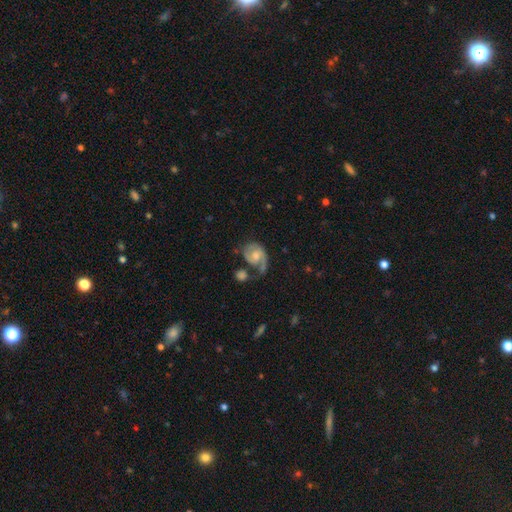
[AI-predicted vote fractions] This appears to be a featured or disk galaxy (73%) with no bar (64%), 1 (47%) medium (40%) spiral arms (90%) and a moderate central bulge (56%). Merging: none (38%).